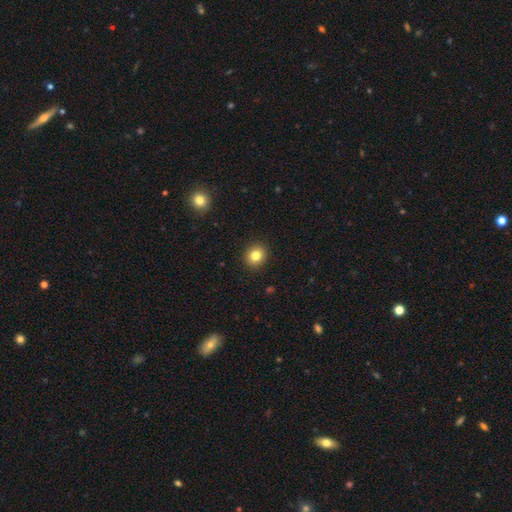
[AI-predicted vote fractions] Overall: smooth (82%). How rounded: round (82%). Merging: none (92%).